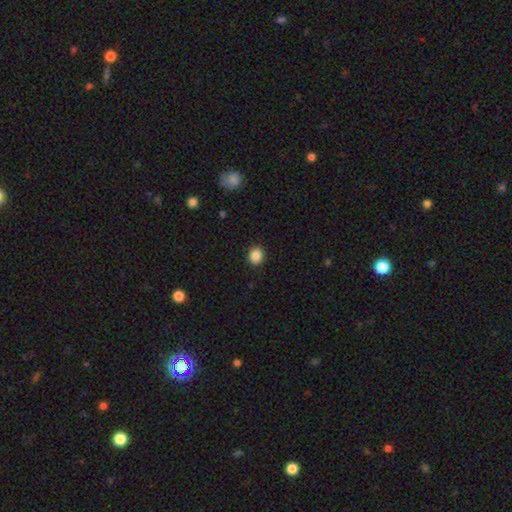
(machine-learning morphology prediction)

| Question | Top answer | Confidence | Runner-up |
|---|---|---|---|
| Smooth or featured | smooth | 87% | star or artifact (10%) |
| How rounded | round | 80% | in between (19%) |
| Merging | none | 91% | minor disturbance (6%) |